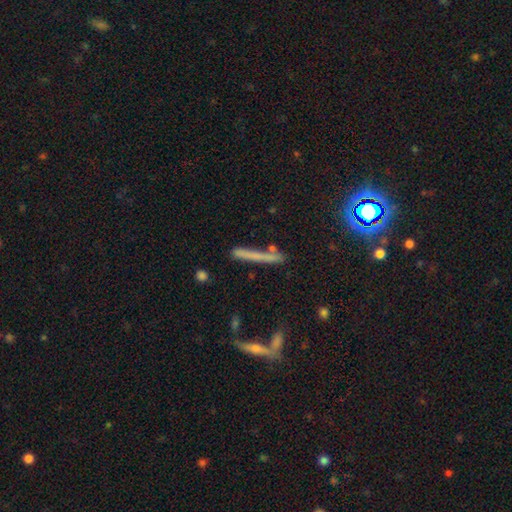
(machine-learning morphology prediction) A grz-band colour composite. It shows a smooth galaxy with no disk features (54%) that is cigar-shaped (94%). Merging: none (72%).